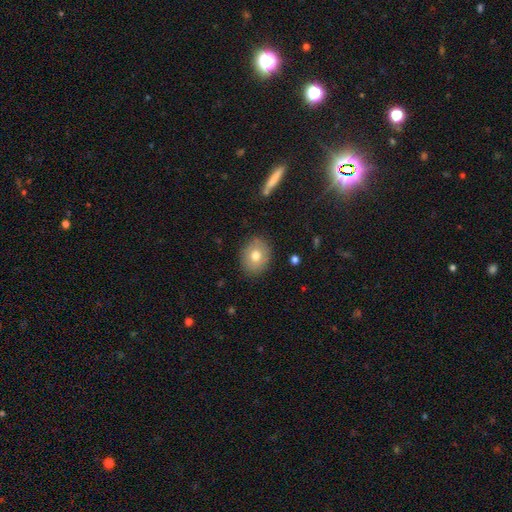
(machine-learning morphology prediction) smooth 74%, featured or disk 17%, star or artifact 9%. Down the decision tree: how rounded — round (54%); merging — none (86%).